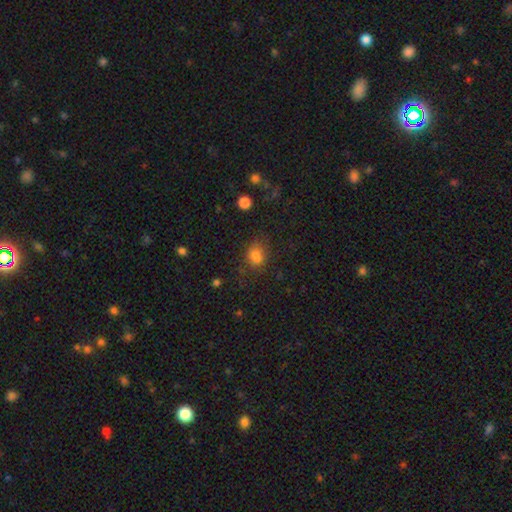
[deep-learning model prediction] This appears to be a smooth galaxy with no disk features (79%) that is in between round and cigar-shaped (58%). Merging: none (63%).